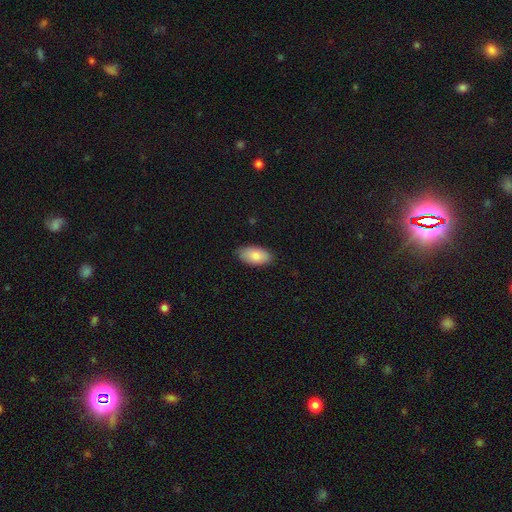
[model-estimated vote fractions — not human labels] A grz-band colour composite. It shows a smooth galaxy with no disk features (84%) that is in between round and cigar-shaped (95%). Merging: none (84%).